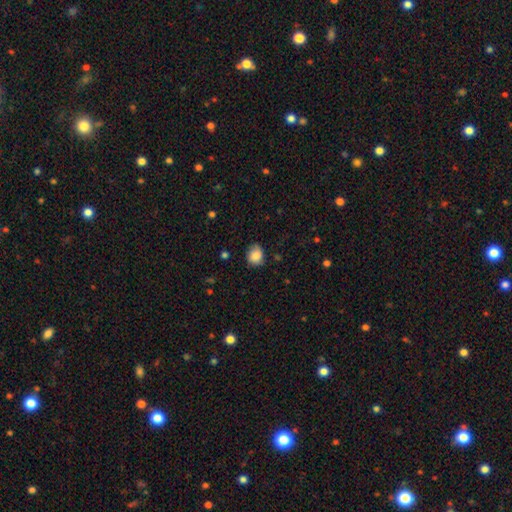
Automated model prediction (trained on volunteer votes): A smooth galaxy with no disk features (82%) that is round (64%).

Vote fractions:
- Smooth or featured? smooth: 82% / featured or disk: 9% / star or artifact: 9%
- How rounded? round: 64% / in between: 35% / cigar-shaped: 1%
- Merging? none: 68% / minor disturbance: 25% / major disturbance: 6% / merger: 1%